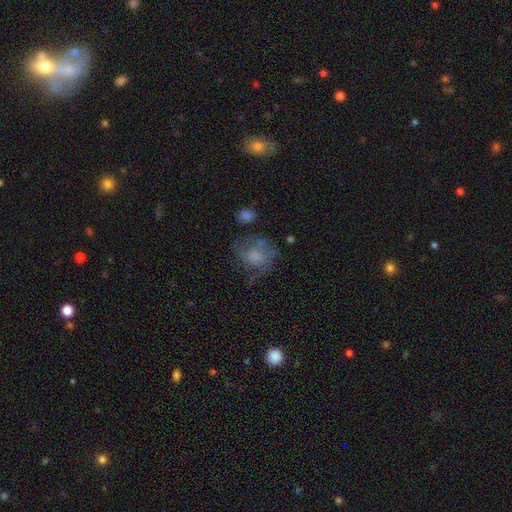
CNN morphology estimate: smooth 59%, featured or disk 31%, star or artifact 10%. Down the decision tree: how rounded — round (65%); merging — none (42%).